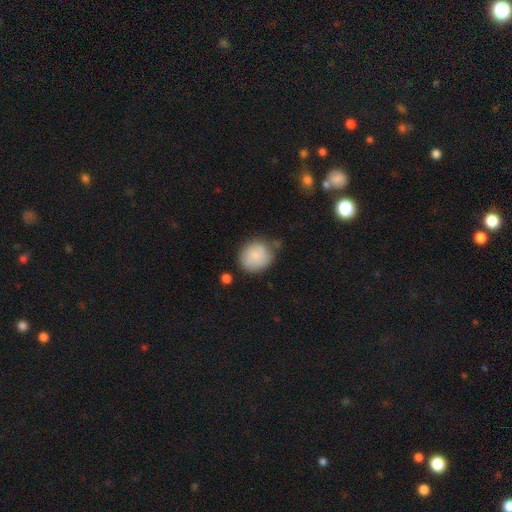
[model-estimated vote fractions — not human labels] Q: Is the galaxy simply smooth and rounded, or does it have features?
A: smooth — 81%.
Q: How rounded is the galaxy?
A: round — 77%.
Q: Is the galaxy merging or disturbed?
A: none — 62%.